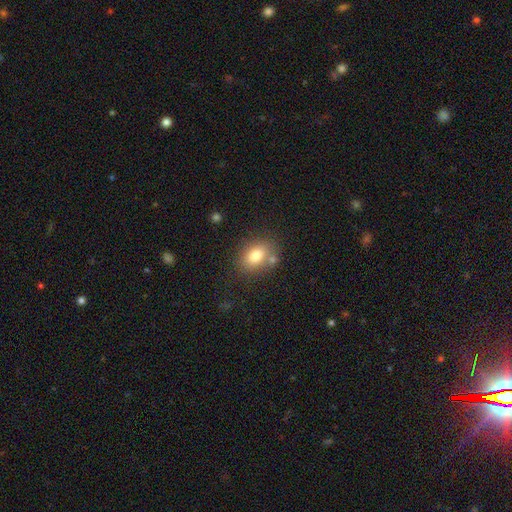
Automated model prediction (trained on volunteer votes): Q: Smooth or featured?
A: smooth (79%); runner-up: featured or disk (11%)
Q: How rounded?
A: in between (76%); runner-up: round (22%)
Q: Merging?
A: none (72%); runner-up: minor disturbance (14%)